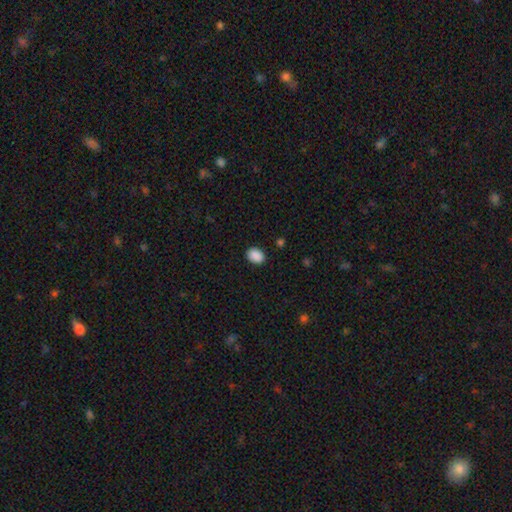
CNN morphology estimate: The model was most divided on "how rounded": in between: 70%, round: 29%, cigar-shaped: 1%. More confident: smooth or featured — smooth (90%); merging — none (88%).